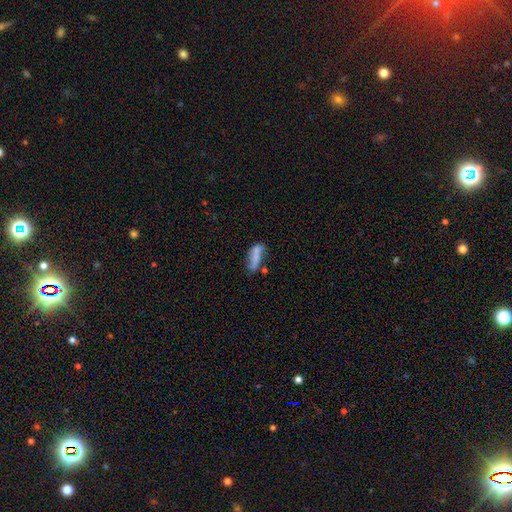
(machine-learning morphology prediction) smooth 59%, featured or disk 31%, star or artifact 9%. Down the decision tree: how rounded — in between (58%); merging — none (37%).